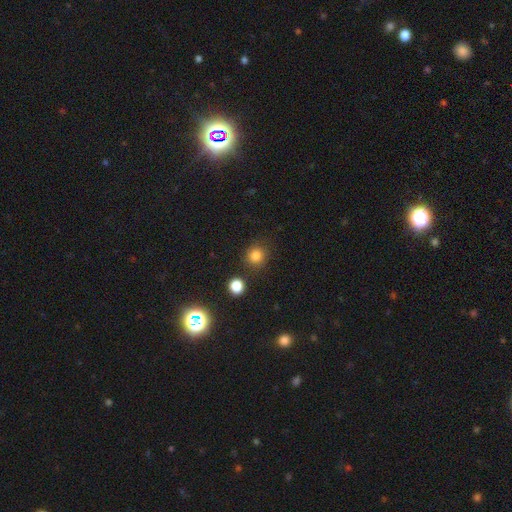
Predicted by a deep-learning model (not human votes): The model was most divided on "smooth or featured": smooth: 81%, star or artifact: 14%, featured or disk: 5%. More confident: how rounded — round (88%); merging — none (82%).